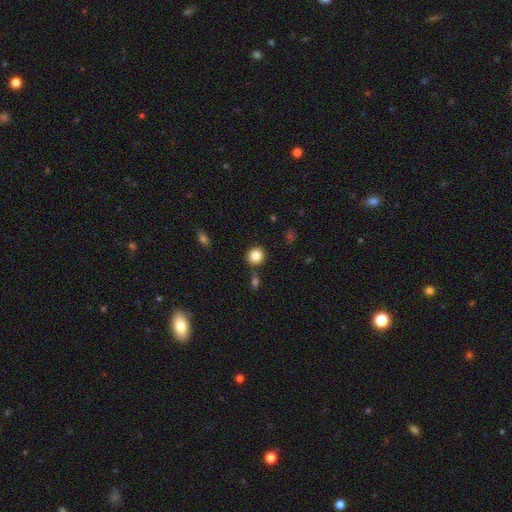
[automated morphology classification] Smooth or featured? smooth (85%)
How rounded? round (88%)
Merging? none (82%)